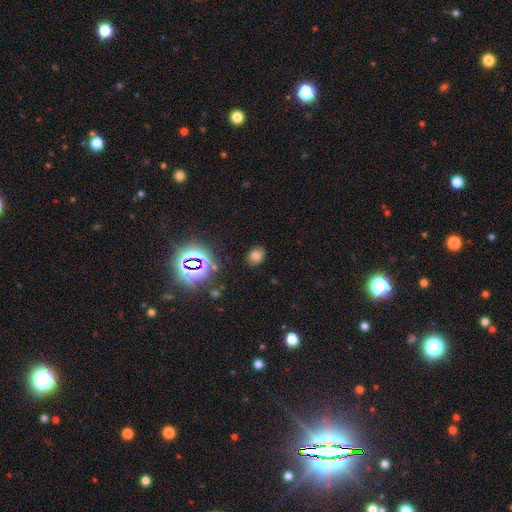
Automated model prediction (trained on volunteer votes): A smooth galaxy with no disk features (69%) that is in between round and cigar-shaped (52%). Merging: none (85%).